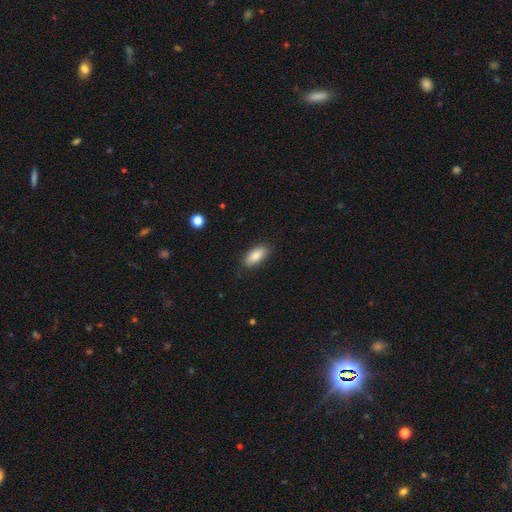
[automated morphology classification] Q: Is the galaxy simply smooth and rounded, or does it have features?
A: smooth — 85%.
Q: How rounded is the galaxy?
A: in between — 89%.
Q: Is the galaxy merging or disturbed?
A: none — 86%.